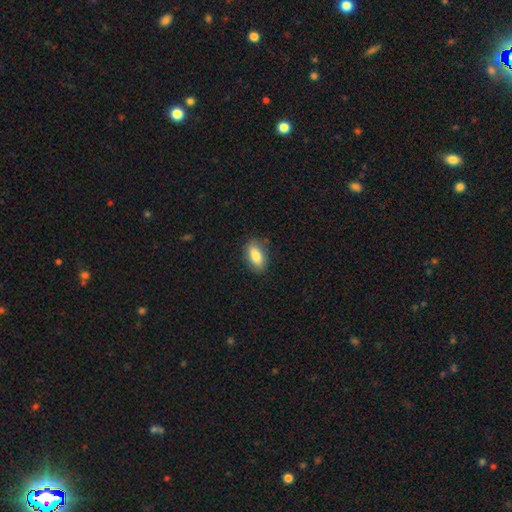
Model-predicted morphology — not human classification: smooth-or-featured: smooth: 84% | featured or disk: 9% | star or artifact: 7%
  how-rounded: in between: 87% | cigar-shaped: 9% | round: 4%
  merging: none: 86% | minor disturbance: 11% | major disturbance: 2% | merger: 1%